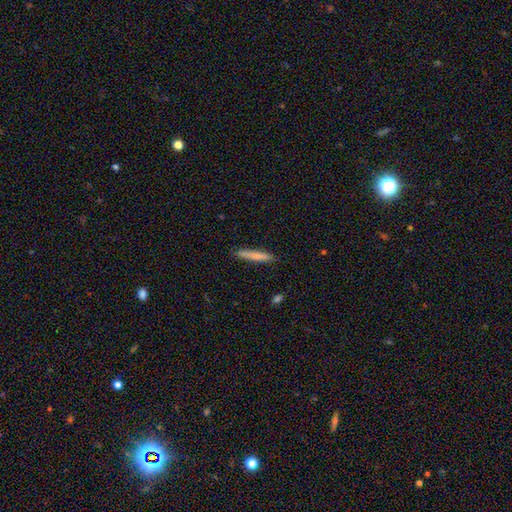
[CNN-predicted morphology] Smooth or featured: smooth — 77% (featured or disk — 17%)
How rounded: cigar-shaped — 95% (in between — 4%)
Merging: none — 88% (minor disturbance — 9%)